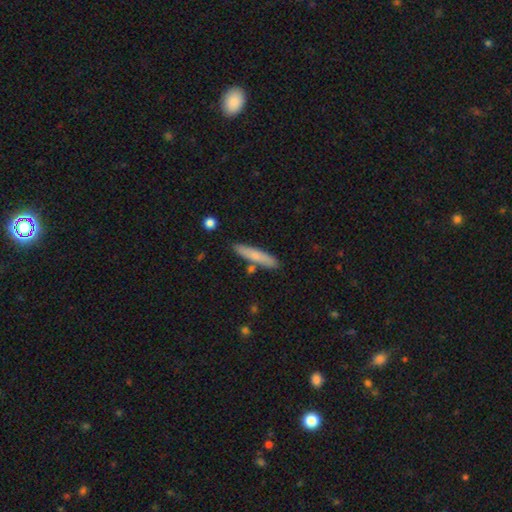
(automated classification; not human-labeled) Overall: smooth (70%). How rounded: cigar-shaped (90%). Merging: none (84%).